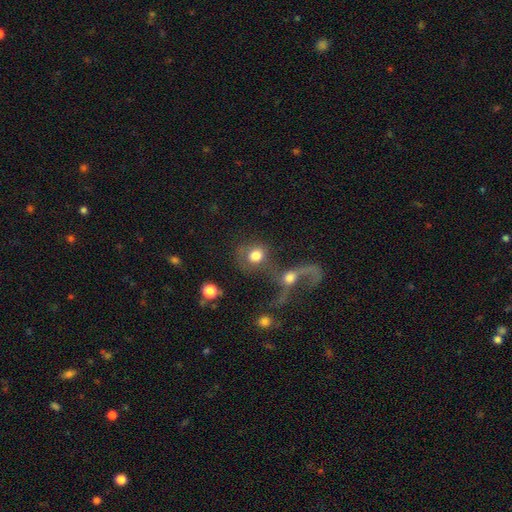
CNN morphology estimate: This is likely a smooth galaxy (67%). How rounded: likely round (71%). Merging: possibly merger (55%).